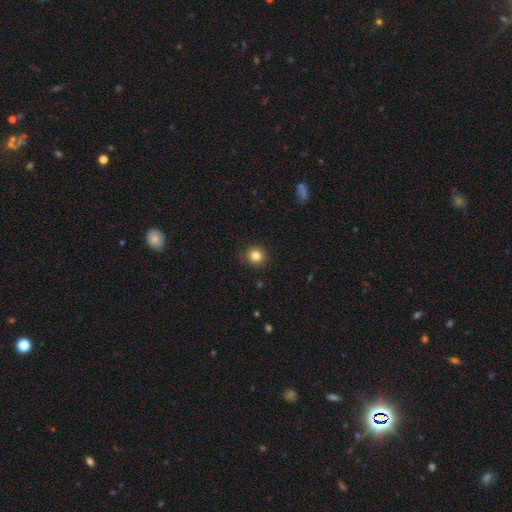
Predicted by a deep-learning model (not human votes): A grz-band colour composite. It shows a smooth galaxy with no disk features (83%) that is round (91%). Merging: none (87%).